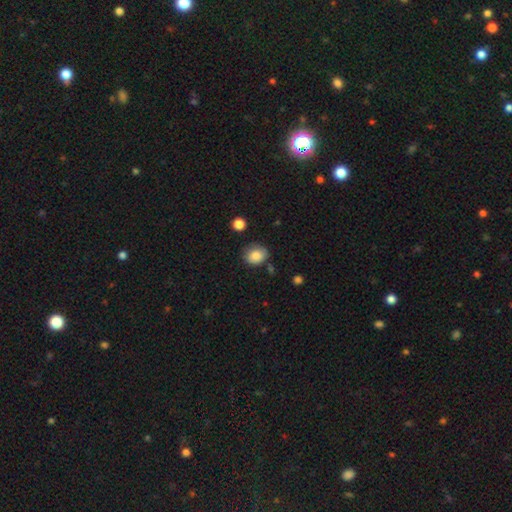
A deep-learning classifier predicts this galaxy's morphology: This appears to be a smooth galaxy with no disk features (85%) that is round (56%). Merging: none (66%).